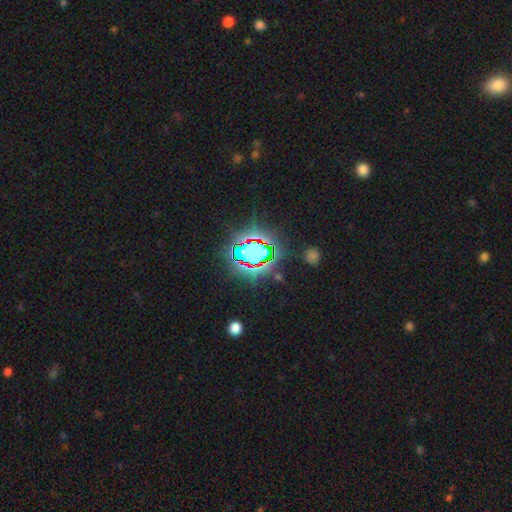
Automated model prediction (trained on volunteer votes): star or artifact 73%, smooth 15%, featured or disk 12%.